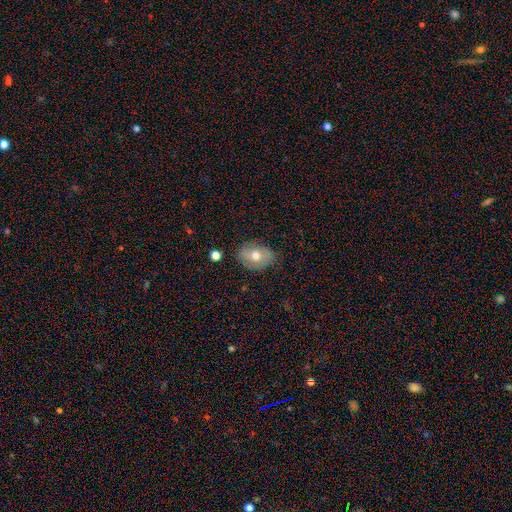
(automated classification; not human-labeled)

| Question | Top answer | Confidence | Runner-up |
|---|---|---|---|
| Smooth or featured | smooth | 62% | featured or disk (29%) |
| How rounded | in between | 64% | round (35%) |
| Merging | none | 76% | minor disturbance (18%) |